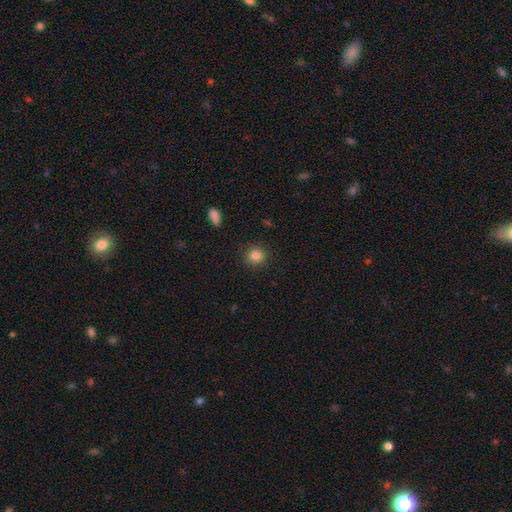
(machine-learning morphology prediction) Smooth or featured? smooth (84%)
How rounded? round (91%)
Merging? none (90%)